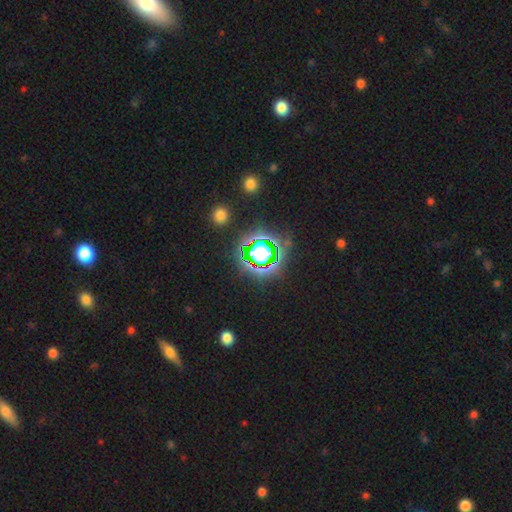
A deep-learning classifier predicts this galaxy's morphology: This is likely a star or artifact rather than a galaxy (74%).